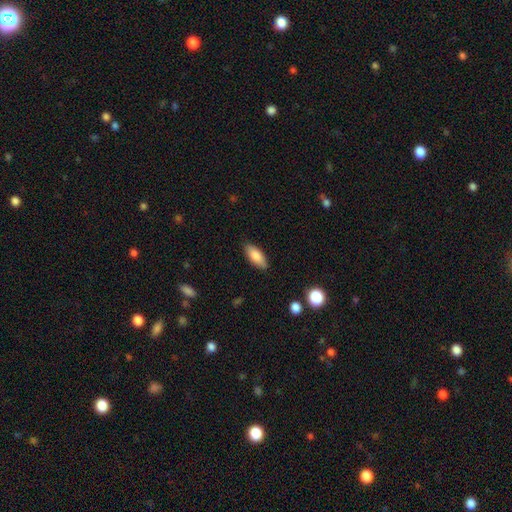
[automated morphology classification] The model was most divided on "how rounded": in between: 80%, cigar-shaped: 17%, round: 2%. More confident: merging — none (85%); smooth or featured — smooth (82%).